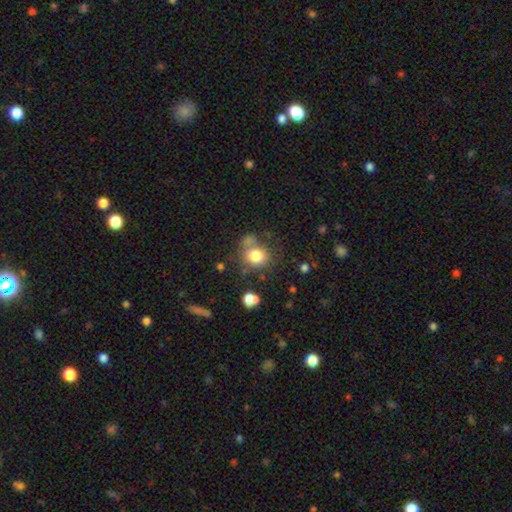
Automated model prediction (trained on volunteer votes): A smooth galaxy with no disk features (79%) that is round (73%).

Vote fractions:
- Smooth or featured? smooth: 79% / star or artifact: 11% / featured or disk: 10%
- How rounded? round: 73% / in between: 26% / cigar-shaped: 1%
- Merging? none: 58% / minor disturbance: 17% / merger: 16% / major disturbance: 8%